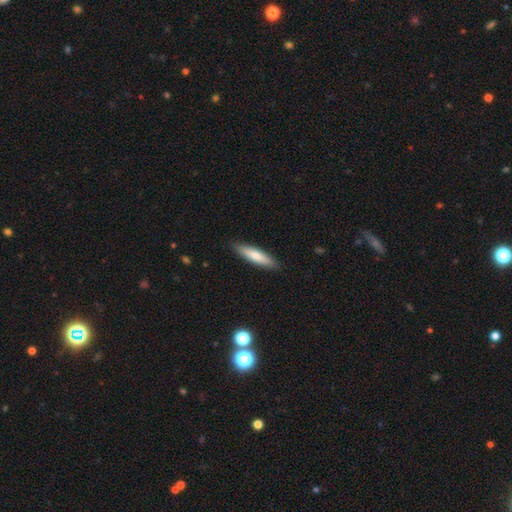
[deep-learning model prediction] smooth 70%, featured or disk 25%, star or artifact 5%. Down the decision tree: how rounded — cigar-shaped (76%); merging — none (88%).